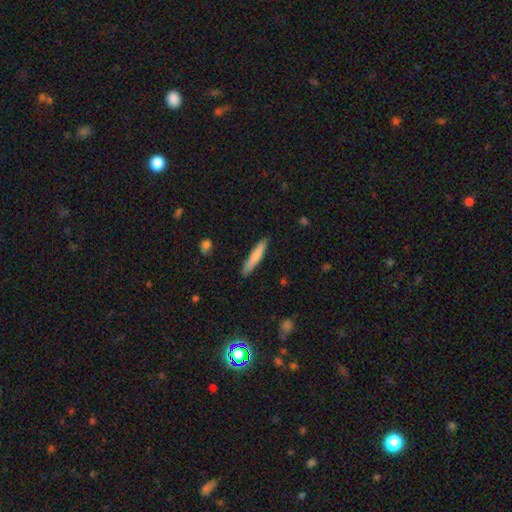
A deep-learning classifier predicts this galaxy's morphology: Smooth or featured? Predicted: smooth (p=0.79). How rounded? Predicted: cigar-shaped (p=0.89). Merging? Predicted: none (p=0.86).